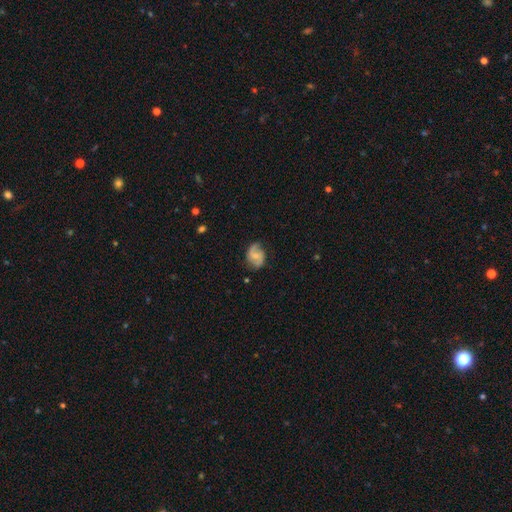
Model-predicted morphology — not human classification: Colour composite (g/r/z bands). It shows a featured or disk galaxy (65%) with no bar (47%), 2 (86%) medium (44%) spiral arms (90%) and a small central bulge (50%). Merging: none (72%).